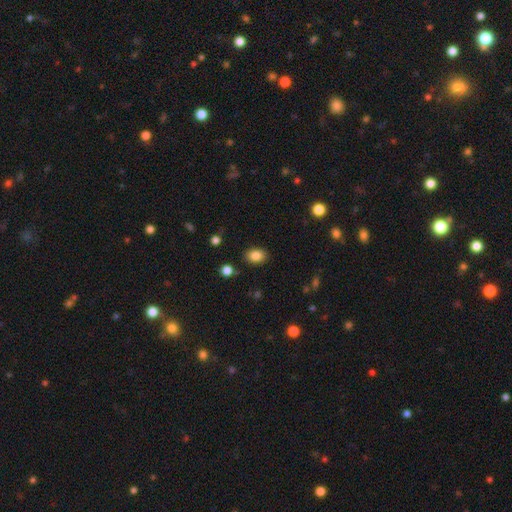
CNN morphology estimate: The model was most divided on "how rounded": in between: 71%, round: 28%, cigar-shaped: 1%. More confident: merging — none (86%); smooth or featured — smooth (85%).